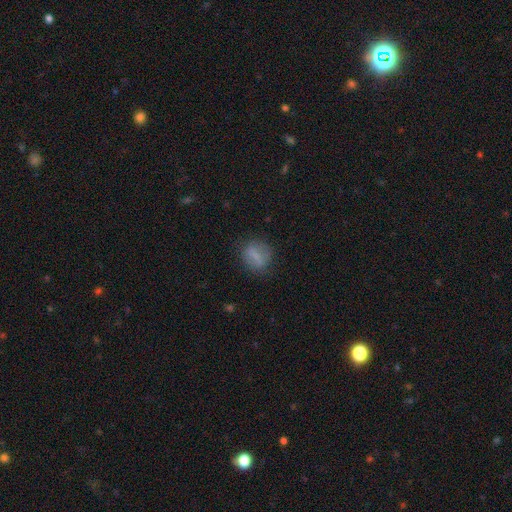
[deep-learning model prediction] smooth_or_featured: smooth (p=0.67) [alt: featured or disk p=0.23]
how_rounded: round (p=0.52) [alt: in between p=0.43]
merging: none (p=0.78) [alt: minor disturbance p=0.14]